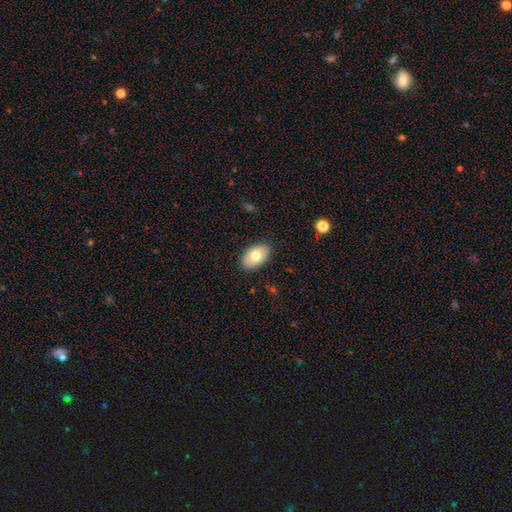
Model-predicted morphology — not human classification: smooth_or_featured: smooth (p=0.75) [alt: featured or disk p=0.18]
how_rounded: in between (p=0.91) [alt: round p=0.08]
merging: none (p=0.87) [alt: minor disturbance p=0.10]